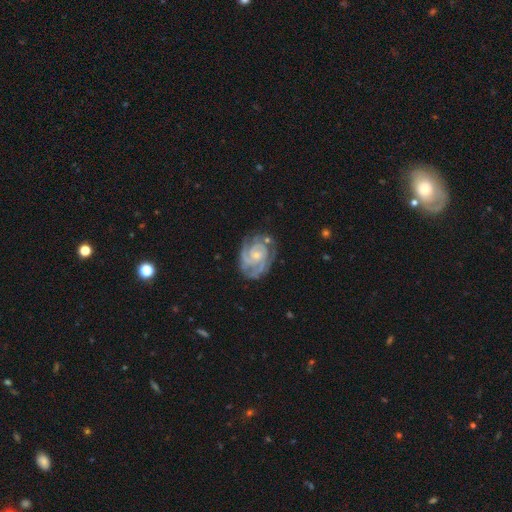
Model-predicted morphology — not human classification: featured or disk 90%, smooth 6%, star or artifact 5%. Down the decision tree: edge-on disk — no (98%); bar — no (70%); spiral arms — yes (98%); spiral arm count — 3 (36%, tied with 2); spiral winding — tight (69%); bulge size — small (70%); merging — none (70%).